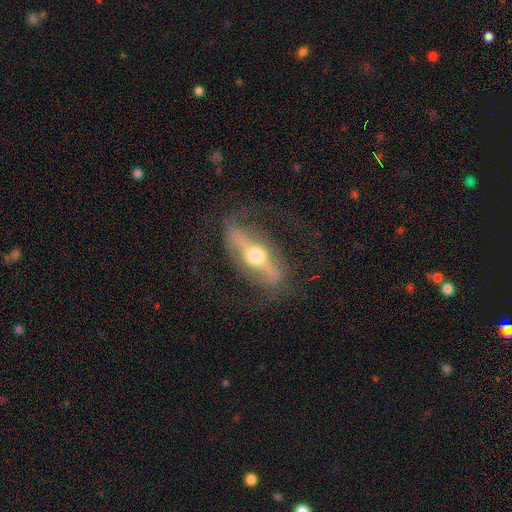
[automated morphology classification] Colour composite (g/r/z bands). It shows a featured or disk galaxy (79%) viewed edge-on (56%). Merging: none (76%).